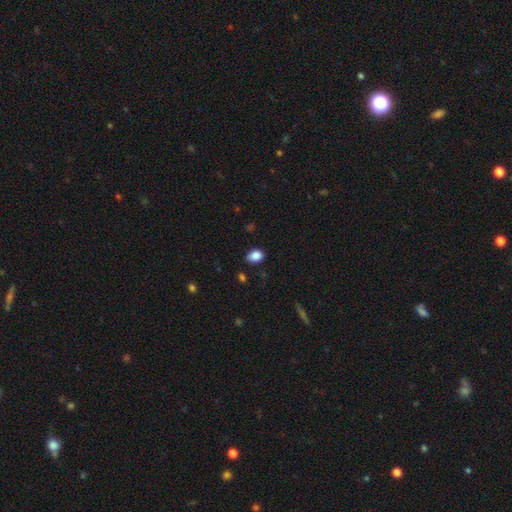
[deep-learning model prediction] The model was most divided on "how rounded": in between: 77%, round: 22%, cigar-shaped: 1%. More confident: smooth or featured — smooth (86%); merging — none (80%).